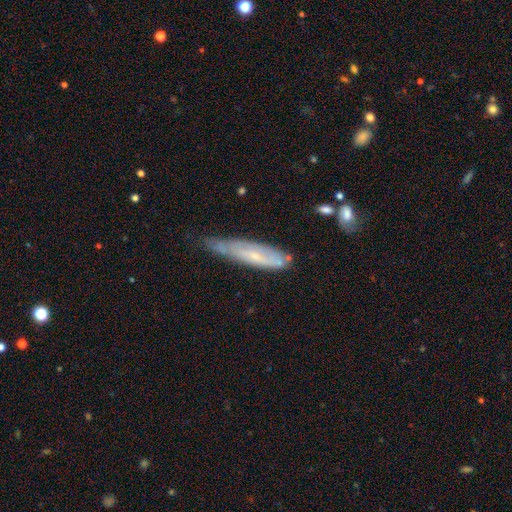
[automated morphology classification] A featured or disk galaxy (55%). Merging: none (47%).